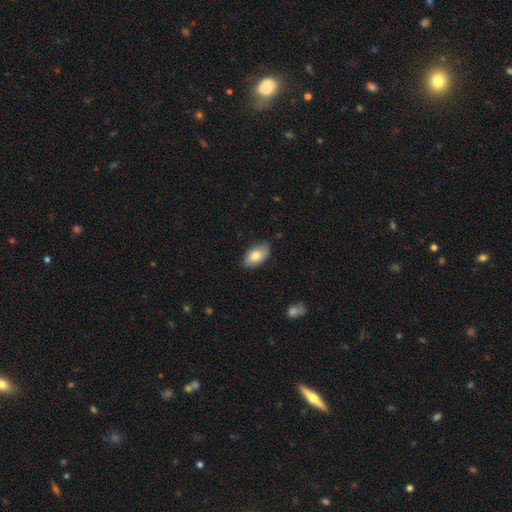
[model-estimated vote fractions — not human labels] smooth-or-featured: smooth: 78% | featured or disk: 15% | star or artifact: 6%
  how-rounded: in between: 94% | round: 4% | cigar-shaped: 2%
  merging: none: 82% | minor disturbance: 15% | major disturbance: 2% | merger: 1%